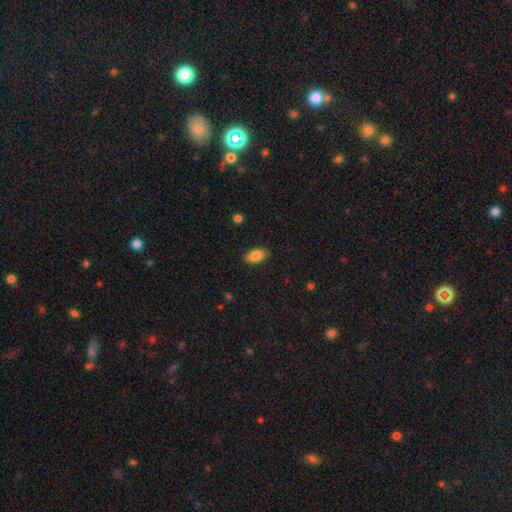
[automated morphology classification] smooth-or-featured: smooth: 85% | featured or disk: 8% | star or artifact: 7%
  how-rounded: in between: 92% | round: 4% | cigar-shaped: 4%
  merging: none: 88% | minor disturbance: 9% | major disturbance: 2% | merger: 1%